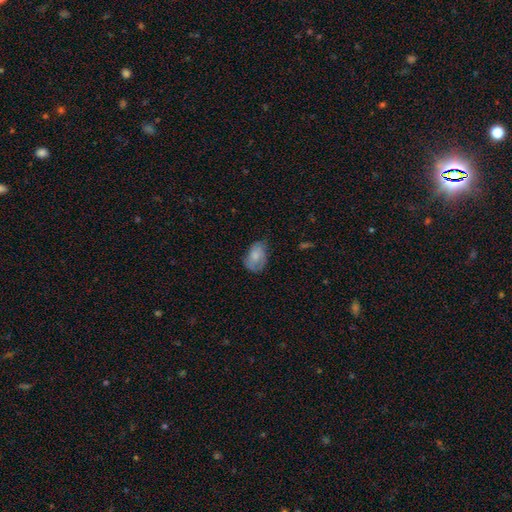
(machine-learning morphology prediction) Smooth or featured: smooth — 64% (featured or disk — 28%)
How rounded: in between — 84% (round — 14%)
Merging: none — 53% (minor disturbance — 34%)